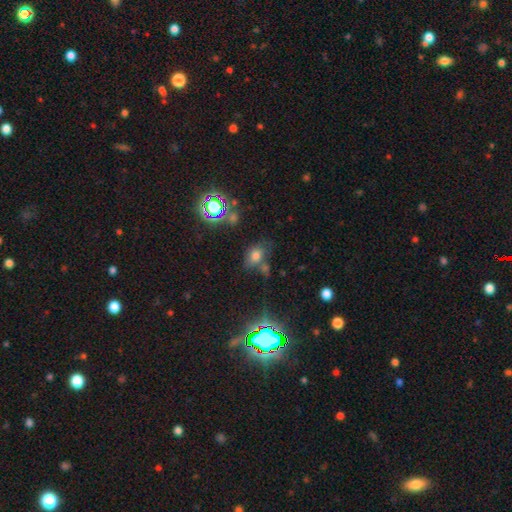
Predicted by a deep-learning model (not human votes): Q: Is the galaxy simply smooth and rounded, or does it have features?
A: smooth — 64%.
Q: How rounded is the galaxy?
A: in between — 62%.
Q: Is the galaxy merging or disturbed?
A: none — 54%.